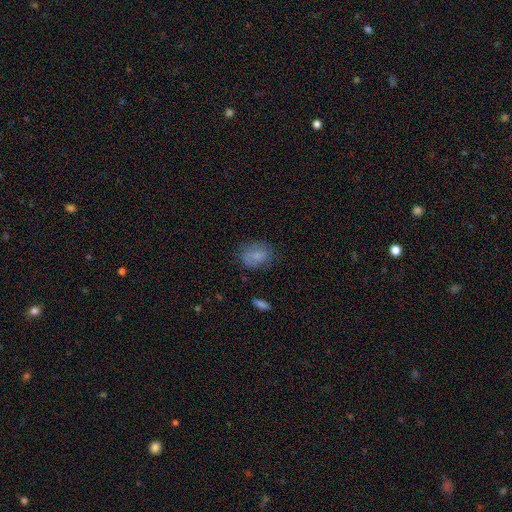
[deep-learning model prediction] Smooth or featured? smooth (78%)
How rounded? in between (63%)
Merging? none (70%)